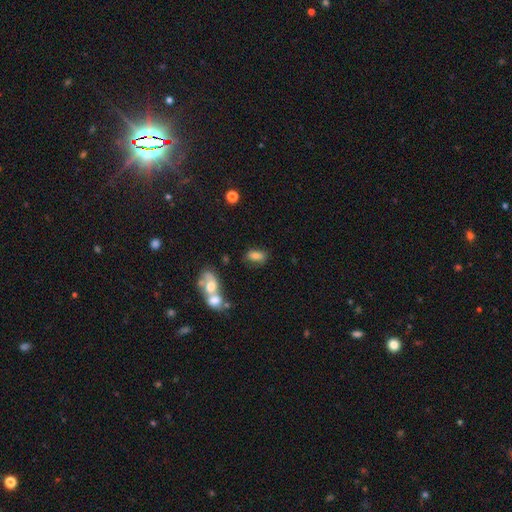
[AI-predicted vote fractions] Smooth or featured: smooth — 75% (featured or disk — 14%)
How rounded: in between — 84% (round — 11%)
Merging: none — 62% (minor disturbance — 18%)